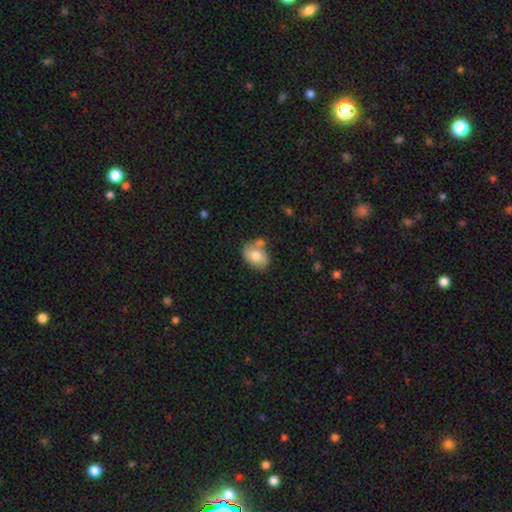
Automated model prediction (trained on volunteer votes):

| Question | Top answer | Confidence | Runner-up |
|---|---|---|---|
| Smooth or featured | smooth | 66% | featured or disk (26%) |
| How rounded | in between | 67% | round (32%) |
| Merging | none | 49% | minor disturbance (22%) |